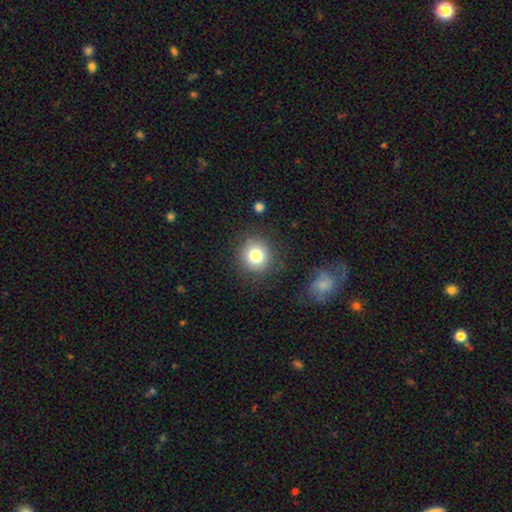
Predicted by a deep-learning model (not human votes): Smooth or featured: smooth — 79% (star or artifact — 11%)
How rounded: round — 91% (in between — 8%)
Merging: none — 85% (minor disturbance — 9%)